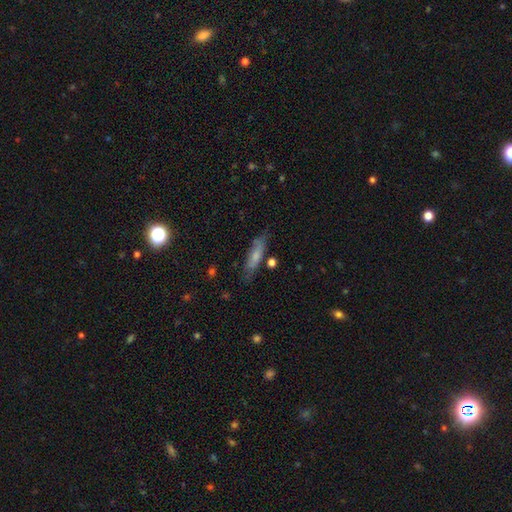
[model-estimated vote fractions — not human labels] Smooth or featured?
  - smooth: 64% *
  - featured or disk: 29%
  - star or artifact: 7%
How rounded?
  - cigar-shaped: 68% *
  - in between: 30%
  - round: 2%
Merging?
  - none: 73% *
  - minor disturbance: 18%
  - major disturbance: 5%
  - merger: 4%